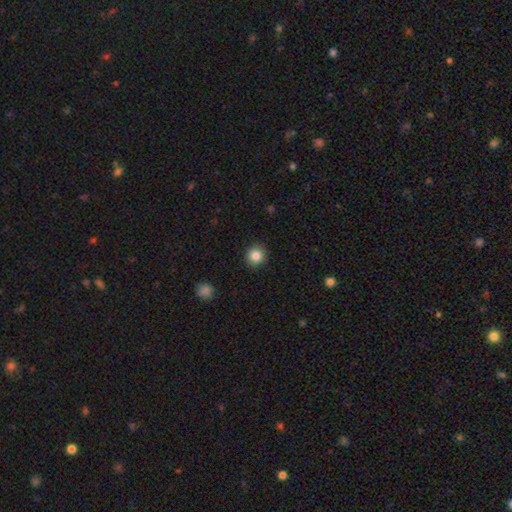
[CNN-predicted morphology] The model was most divided on "smooth or featured": smooth: 85%, star or artifact: 10%, featured or disk: 5%. More confident: how rounded — round (91%); merging — none (91%).